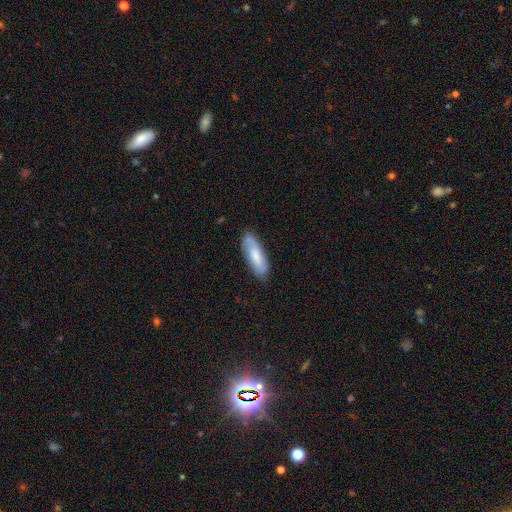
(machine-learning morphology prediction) Smooth or featured? Predicted: smooth (p=0.60). How rounded? Predicted: in between (p=0.62). Merging? Predicted: none (p=0.77).